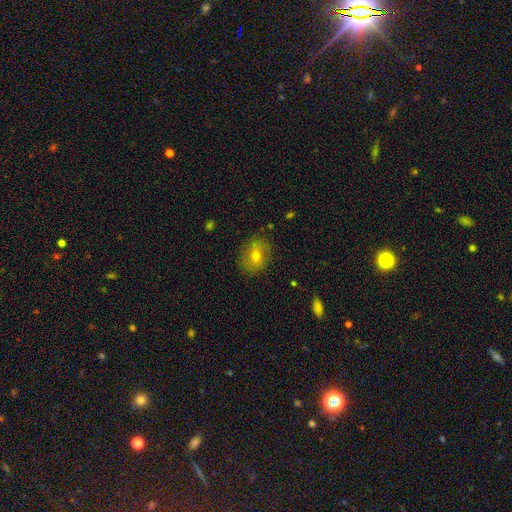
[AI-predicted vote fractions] This is likely a smooth galaxy (63%). How rounded: possibly round (49%, tied with in between). Merging: clearly none (81%).